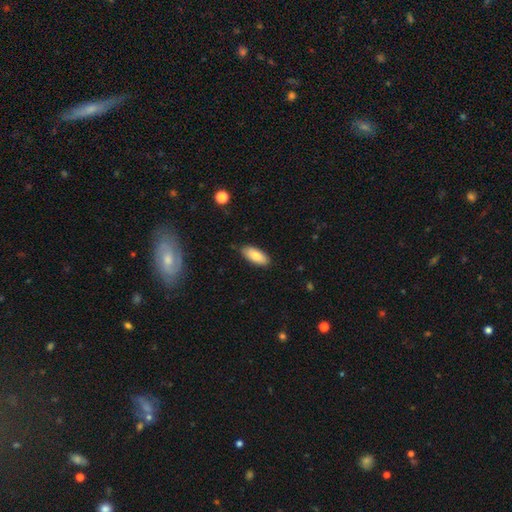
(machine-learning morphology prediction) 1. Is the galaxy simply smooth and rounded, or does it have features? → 84% smooth, 10% featured or disk, 6% star or artifact.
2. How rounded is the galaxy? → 85% in between, 14% cigar-shaped, 2% round.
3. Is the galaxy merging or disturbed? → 86% none, 10% minor disturbance, 2% major disturbance, 1% merger.